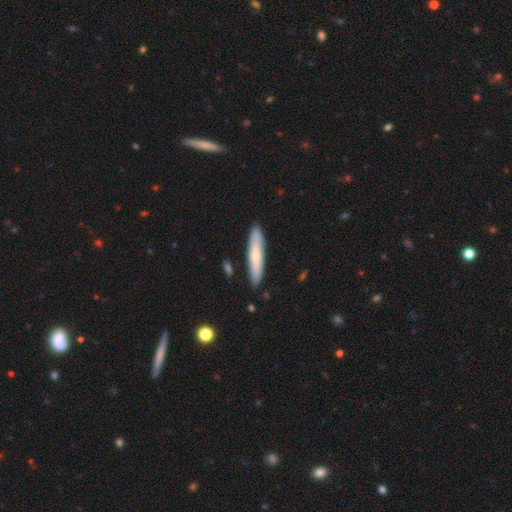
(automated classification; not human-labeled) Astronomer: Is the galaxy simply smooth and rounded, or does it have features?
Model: smooth — 61%.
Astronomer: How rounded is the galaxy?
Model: cigar-shaped — 87%.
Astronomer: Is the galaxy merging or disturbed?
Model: none — 87%.